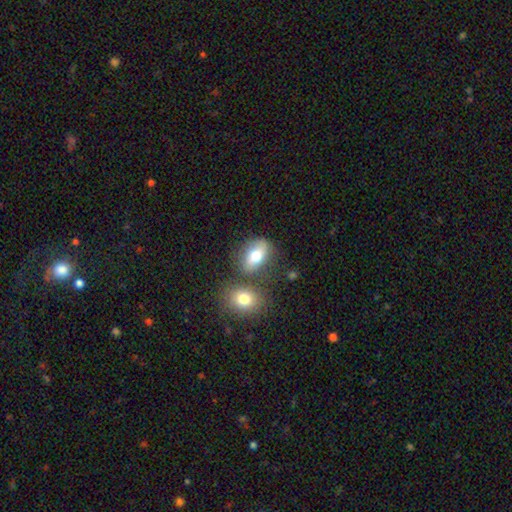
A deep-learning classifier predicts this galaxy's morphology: Smooth or featured? smooth (73%)
How rounded? in between (82%)
Merging? none (61%)